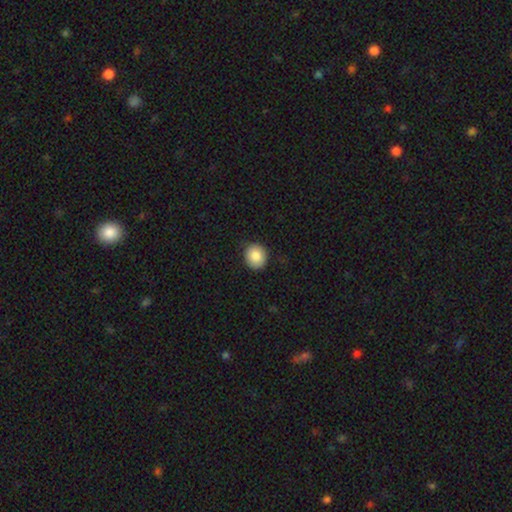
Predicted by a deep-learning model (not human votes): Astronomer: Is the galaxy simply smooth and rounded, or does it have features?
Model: smooth — 86%.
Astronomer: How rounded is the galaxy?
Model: round — 76%.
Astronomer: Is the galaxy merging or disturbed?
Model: none — 87%.